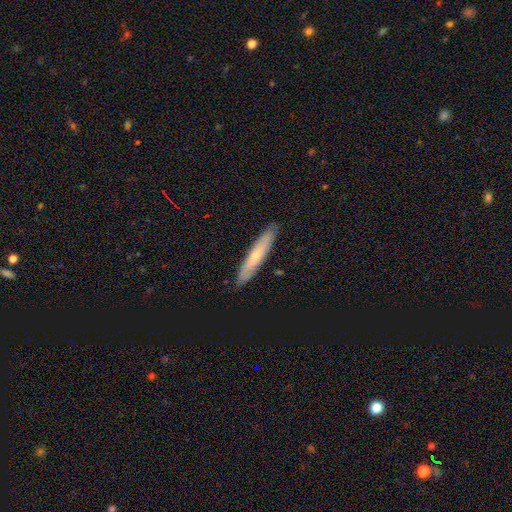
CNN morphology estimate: smooth 50%, featured or disk 44%, star or artifact 6%. Down the decision tree: merging — none (89%).